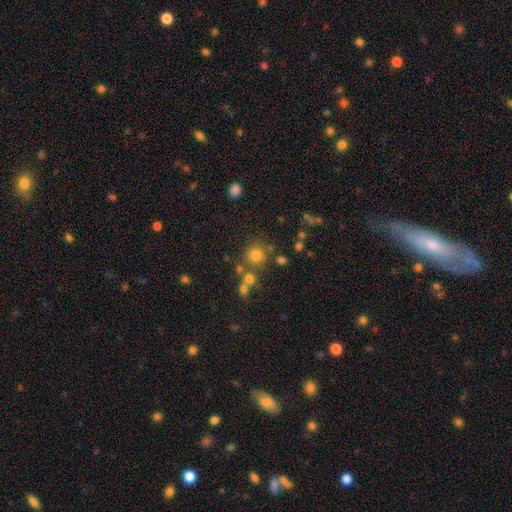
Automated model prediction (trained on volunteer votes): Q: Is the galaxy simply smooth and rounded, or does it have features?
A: smooth — 73%.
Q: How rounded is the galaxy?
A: round — 89%.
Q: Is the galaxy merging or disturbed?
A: none — 70%.